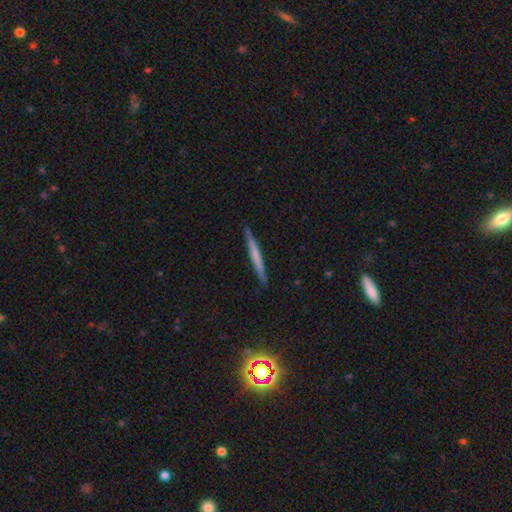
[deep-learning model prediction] Q: Smooth or featured?
A: smooth (48%); runner-up: featured or disk (46%)
Q: Merging?
A: none (90%); runner-up: minor disturbance (7%)